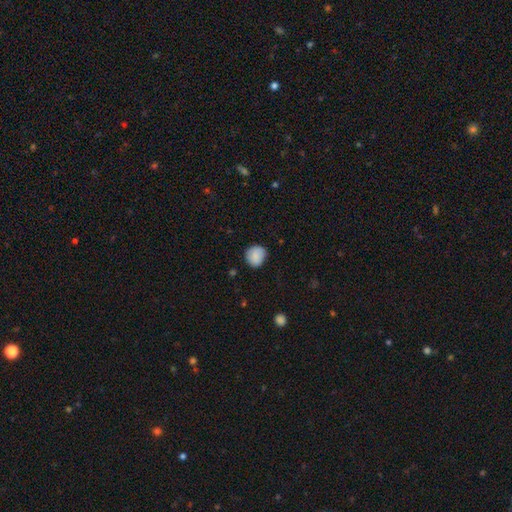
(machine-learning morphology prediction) smooth-or-featured: smooth: 87% | star or artifact: 8% | featured or disk: 6%
  how-rounded: round: 82% | in between: 17% | cigar-shaped: 1%
  merging: none: 79% | minor disturbance: 16% | major disturbance: 3% | merger: 1%